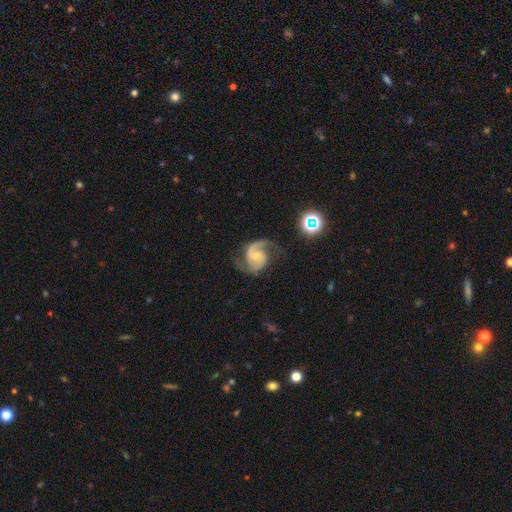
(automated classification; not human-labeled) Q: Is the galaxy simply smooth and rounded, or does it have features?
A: featured or disk — 89%.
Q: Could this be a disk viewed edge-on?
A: no — 98%.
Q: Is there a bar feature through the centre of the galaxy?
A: no — 54%.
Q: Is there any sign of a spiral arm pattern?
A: yes — 98%.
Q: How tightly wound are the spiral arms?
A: medium — 58%.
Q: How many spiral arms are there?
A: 2 — 89%.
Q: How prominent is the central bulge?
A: small — 59%.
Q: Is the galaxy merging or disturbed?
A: none — 69%.